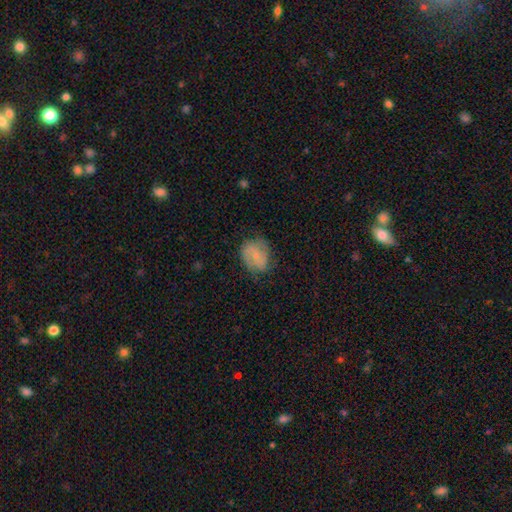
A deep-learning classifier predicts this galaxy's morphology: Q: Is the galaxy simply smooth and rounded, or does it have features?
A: smooth — 50%.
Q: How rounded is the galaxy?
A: round — 59%.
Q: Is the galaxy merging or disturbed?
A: none — 67%.